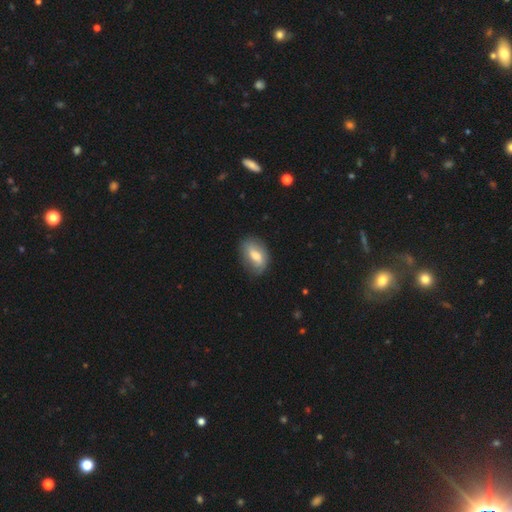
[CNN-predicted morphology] Overall: smooth (62%; featured or disk 31%). How rounded: in between (87%). Merging: none (70%).